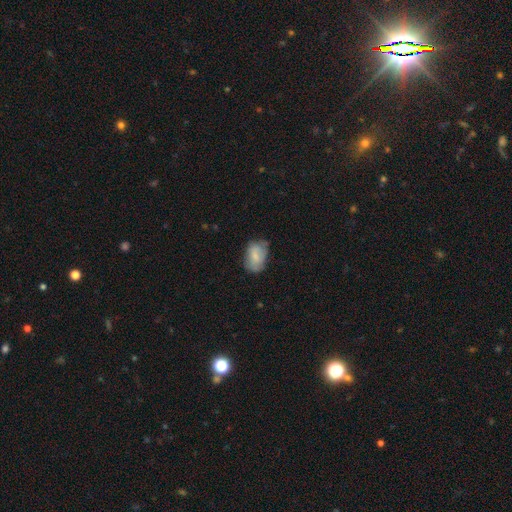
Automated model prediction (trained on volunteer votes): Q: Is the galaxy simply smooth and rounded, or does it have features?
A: smooth — 73%.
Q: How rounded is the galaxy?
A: in between — 85%.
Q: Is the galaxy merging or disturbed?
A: none — 56%.